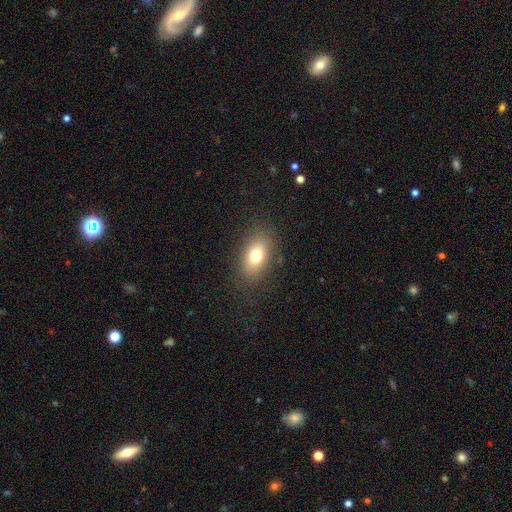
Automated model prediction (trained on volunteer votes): Smooth or featured? Predicted: smooth (p=0.75). How rounded? Predicted: in between (p=0.85). Merging? Predicted: none (p=0.84).